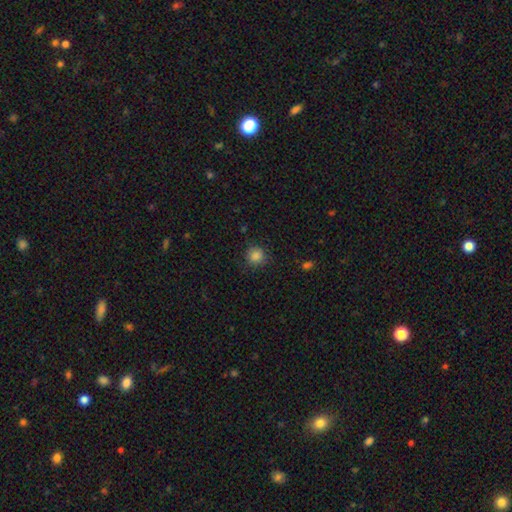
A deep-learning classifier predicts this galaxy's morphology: This is clearly a smooth galaxy (86%). How rounded: clearly round (90%). Merging: clearly none (84%).